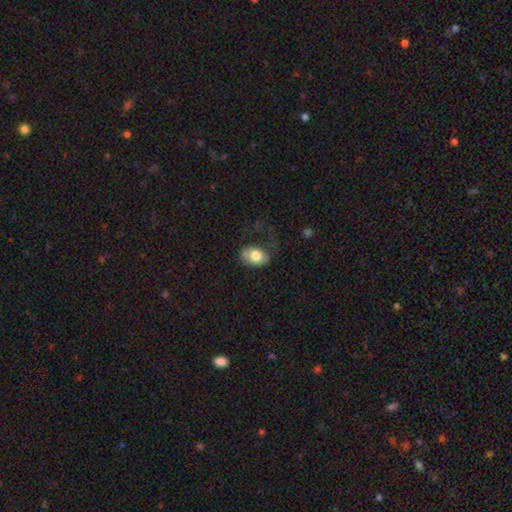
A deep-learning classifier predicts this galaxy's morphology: Smooth or featured? smooth (74%)
How rounded? in between (78%)
Merging? none (50%)